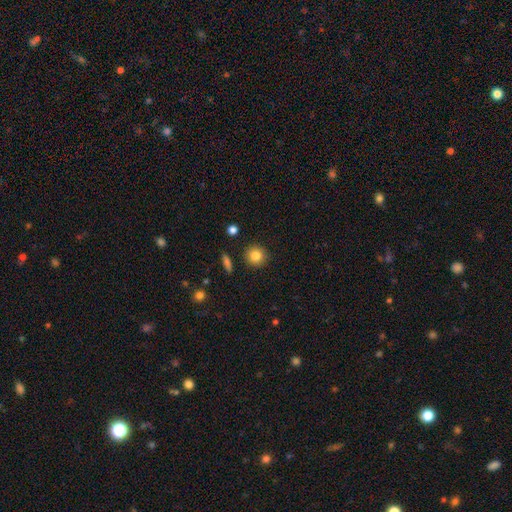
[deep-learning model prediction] Smooth or featured: smooth — 83% (star or artifact — 10%)
How rounded: round — 92% (in between — 7%)
Merging: none — 90% (minor disturbance — 6%)